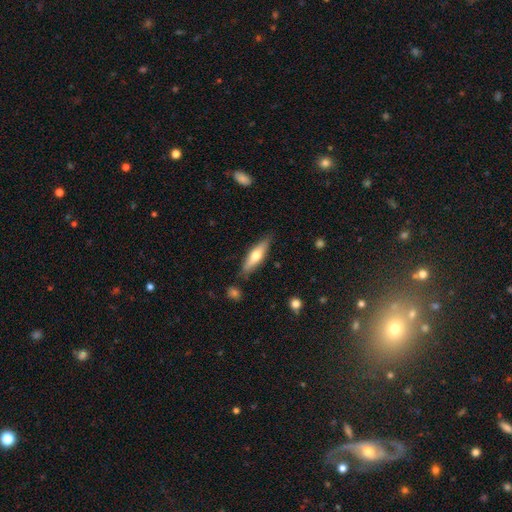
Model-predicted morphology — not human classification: Q: Smooth or featured?
A: smooth (52%); runner-up: featured or disk (43%)
Q: How rounded?
A: cigar-shaped (65%); runner-up: in between (33%)
Q: Merging?
A: none (83%); runner-up: minor disturbance (12%)